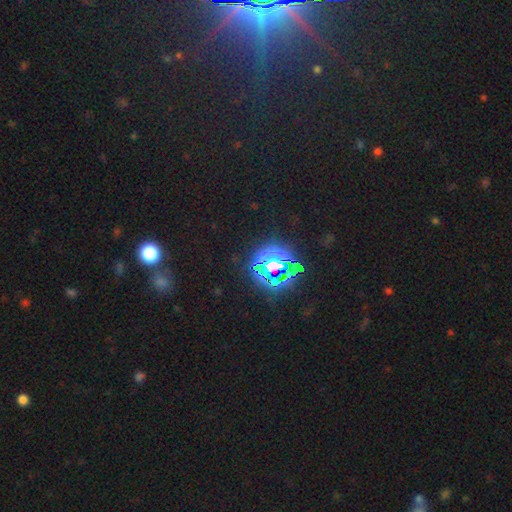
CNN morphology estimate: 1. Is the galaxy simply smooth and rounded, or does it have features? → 74% star or artifact, 17% smooth, 8% featured or disk.